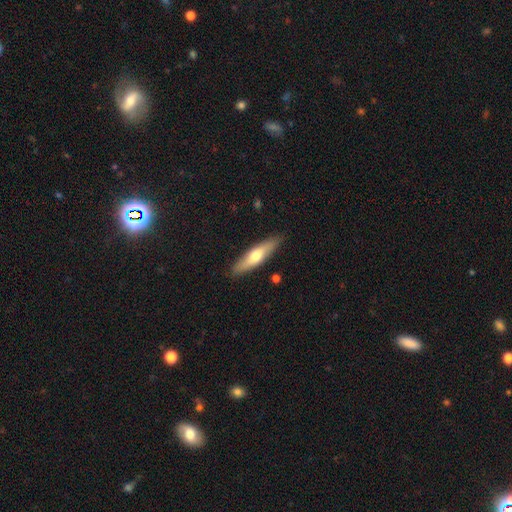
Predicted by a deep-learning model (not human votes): A smooth galaxy with no disk features (58%) that is cigar-shaped (74%).

Vote fractions:
- Smooth or featured? smooth: 58% / featured or disk: 37% / star or artifact: 5%
- How rounded? cigar-shaped: 74% / in between: 24% / round: 2%
- Merging? none: 88% / minor disturbance: 9% / major disturbance: 2% / merger: 1%